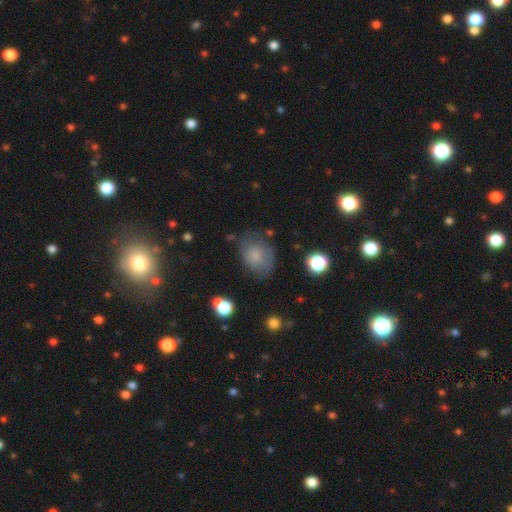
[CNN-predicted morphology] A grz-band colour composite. It shows a smooth galaxy with no disk features (67%) that is in between round and cigar-shaped (67%). Merging: none (60%).